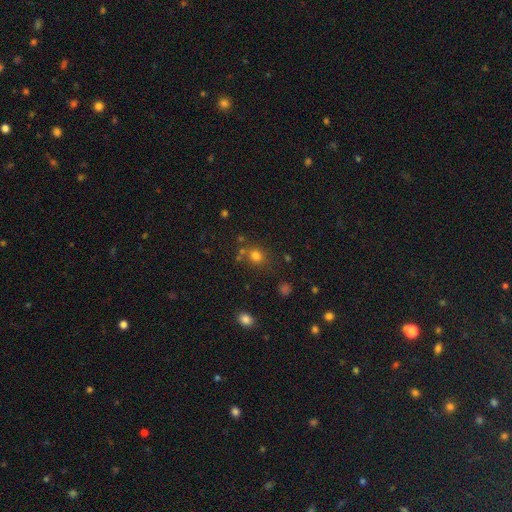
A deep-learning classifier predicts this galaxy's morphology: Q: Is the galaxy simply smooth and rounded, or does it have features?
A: smooth — 76%.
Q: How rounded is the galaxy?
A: round — 77%.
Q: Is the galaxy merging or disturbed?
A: none — 70%.